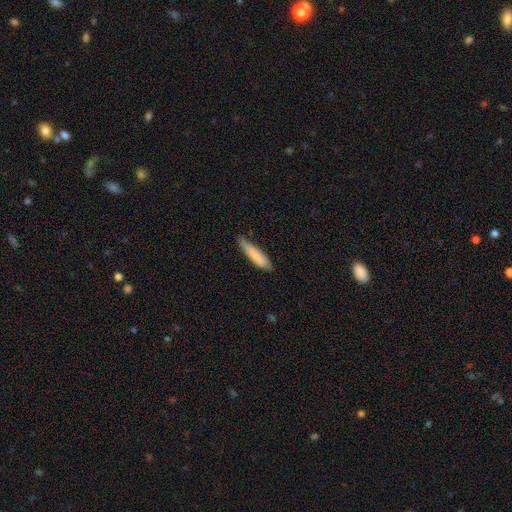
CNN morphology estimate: smooth_or_featured: smooth (p=0.80) [alt: featured or disk p=0.15]
how_rounded: cigar-shaped (p=0.80) [alt: in between p=0.19]
merging: none (p=0.66) [alt: minor disturbance p=0.29]